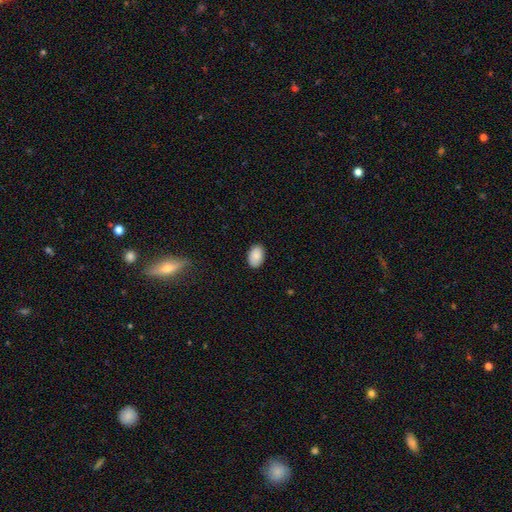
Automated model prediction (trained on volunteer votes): smooth_or_featured: smooth (p=0.88) [alt: star or artifact p=0.07]
how_rounded: in between (p=0.89) [alt: round p=0.10]
merging: none (p=0.87) [alt: minor disturbance p=0.10]